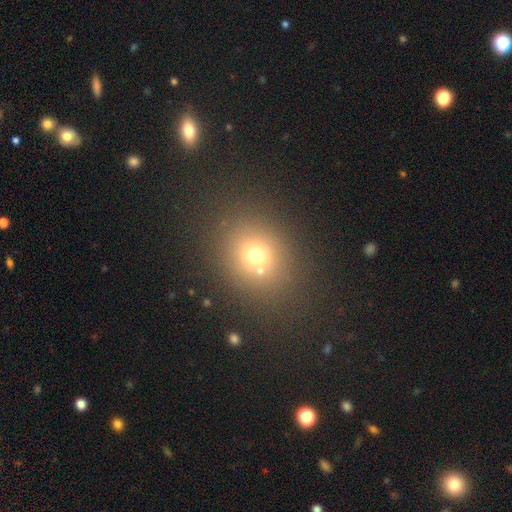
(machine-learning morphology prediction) Smooth or featured: smooth — 66% (star or artifact — 21%)
How rounded: round — 63% (in between — 36%)
Merging: none — 73% (merger — 11%)